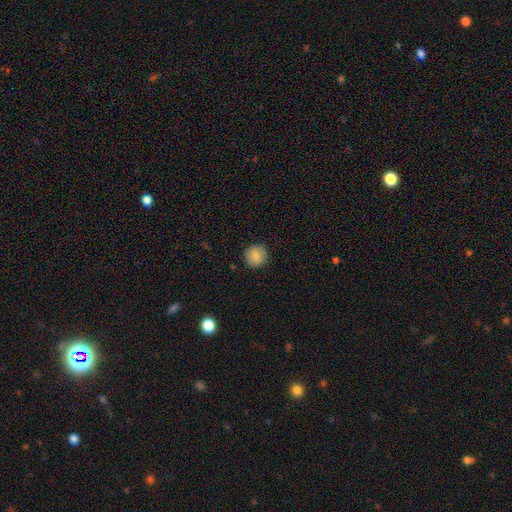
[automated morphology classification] A smooth galaxy with no disk features (83%) that is round (94%). Merging: none (91%).